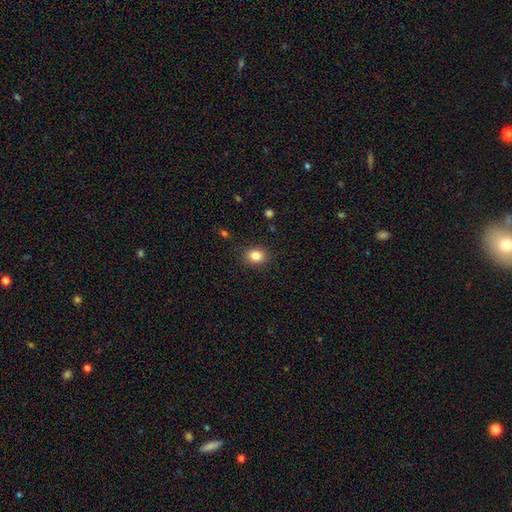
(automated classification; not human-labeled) Morphology: type=smooth (83%); roundness=round (56%); merging=none (88%).